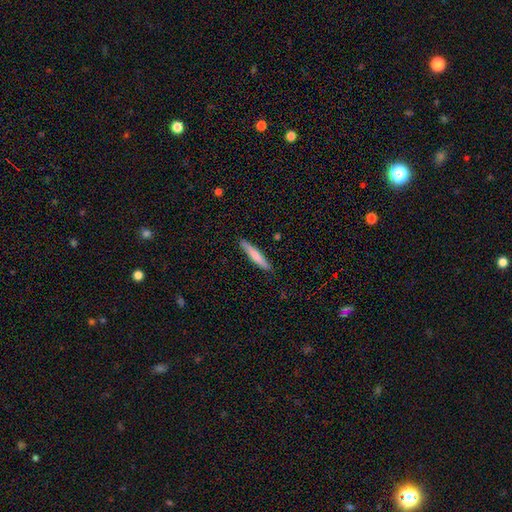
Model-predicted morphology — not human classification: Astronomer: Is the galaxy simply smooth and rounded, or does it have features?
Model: smooth — 70%.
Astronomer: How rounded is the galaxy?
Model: cigar-shaped — 92%.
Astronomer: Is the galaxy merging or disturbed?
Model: none — 88%.